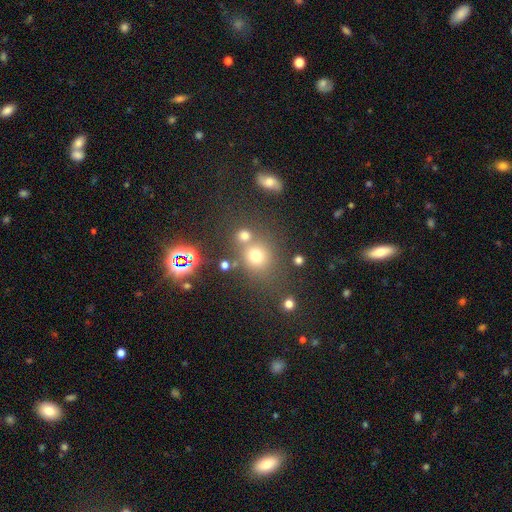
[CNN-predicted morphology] Overall: smooth (69%). How rounded: round (79%). Merging: none (58%; merger 26%).